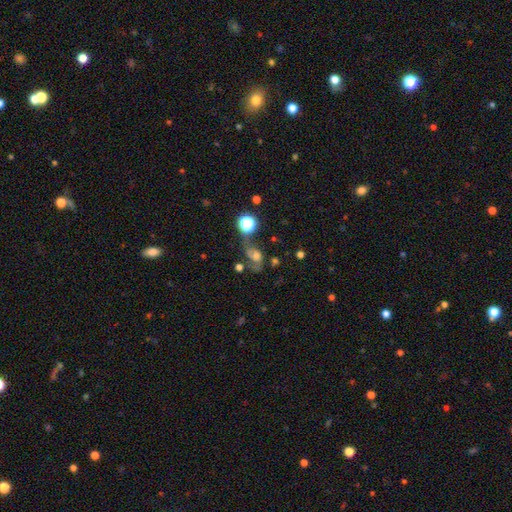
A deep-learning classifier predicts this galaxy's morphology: smooth-or-featured: smooth: 41% | featured or disk: 39% | star or artifact: 20%
  merging: none: 34% | major disturbance: 29% | minor disturbance: 22% | merger: 15%